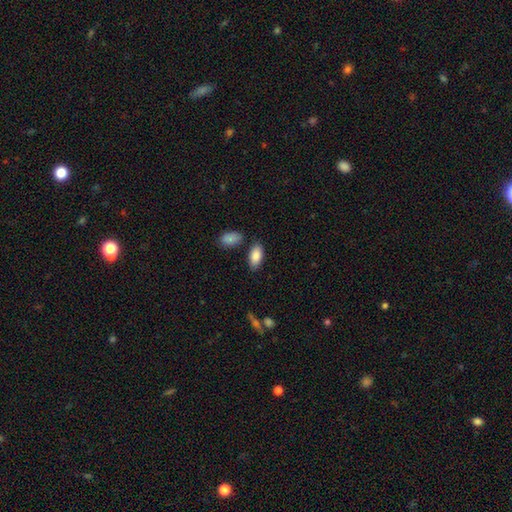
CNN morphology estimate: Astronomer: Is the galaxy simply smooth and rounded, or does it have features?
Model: smooth — 87%.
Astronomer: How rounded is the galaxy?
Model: in between — 93%.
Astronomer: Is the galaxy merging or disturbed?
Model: none — 79%.